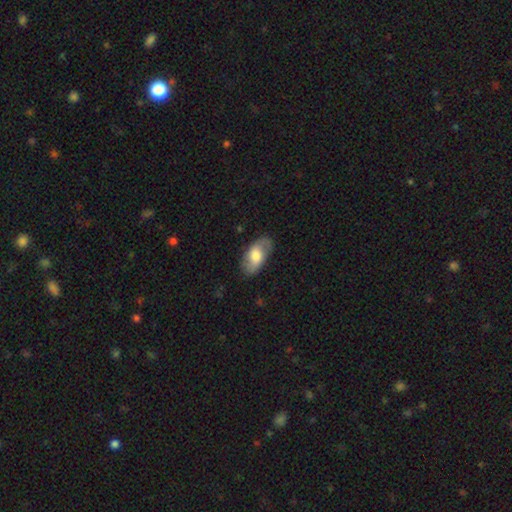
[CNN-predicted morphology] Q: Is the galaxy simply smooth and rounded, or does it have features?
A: smooth — 58%.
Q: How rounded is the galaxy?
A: in between — 92%.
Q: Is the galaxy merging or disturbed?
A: none — 78%.